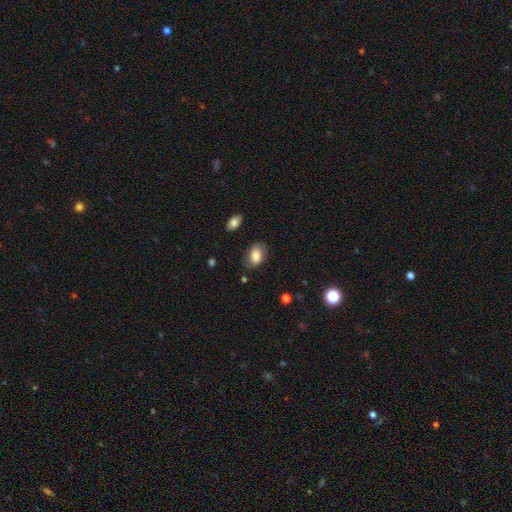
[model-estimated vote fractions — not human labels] A smooth galaxy with no disk features (78%) that is in between round and cigar-shaped (87%).

Vote fractions:
- Smooth or featured? smooth: 78% / featured or disk: 15% / star or artifact: 8%
- How rounded? in between: 87% / round: 12% / cigar-shaped: 1%
- Merging? none: 70% / minor disturbance: 21% / major disturbance: 7% / merger: 2%